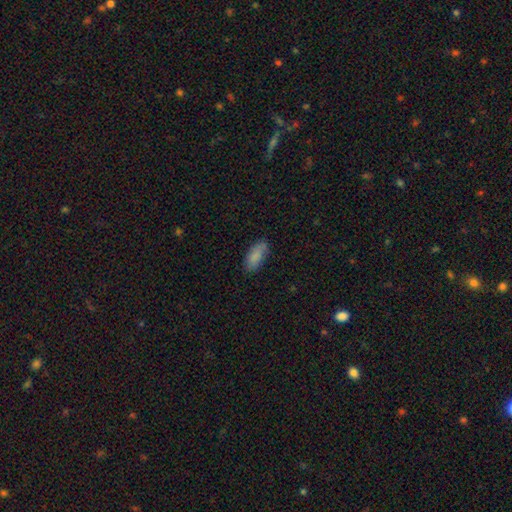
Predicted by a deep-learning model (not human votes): Smooth or featured? Predicted: smooth (p=0.86). How rounded? Predicted: in between (p=0.85). Merging? Predicted: none (p=0.77).